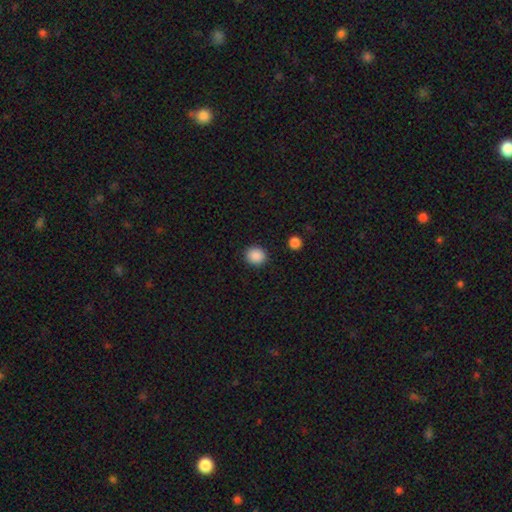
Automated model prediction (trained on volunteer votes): Q: Smooth or featured?
A: smooth (89%); runner-up: star or artifact (9%)
Q: How rounded?
A: round (83%); runner-up: in between (16%)
Q: Merging?
A: none (91%); runner-up: minor disturbance (6%)